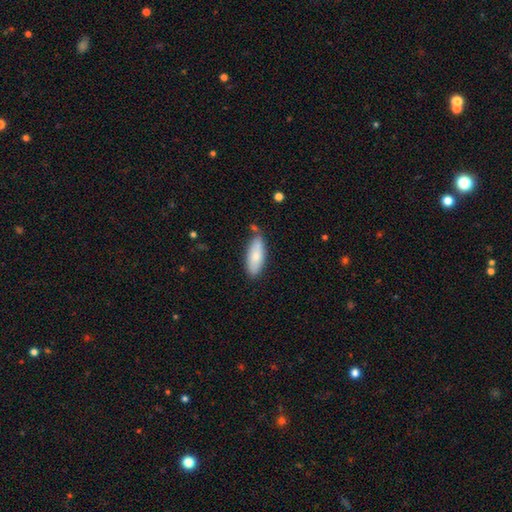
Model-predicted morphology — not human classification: A smooth galaxy with no disk features (76%) that is in between round and cigar-shaped (72%).

Vote fractions:
- Smooth or featured? smooth: 76% / featured or disk: 18% / star or artifact: 6%
- How rounded? in between: 72% / cigar-shaped: 26% / round: 2%
- Merging? none: 69% / minor disturbance: 21% / merger: 6% / major disturbance: 4%